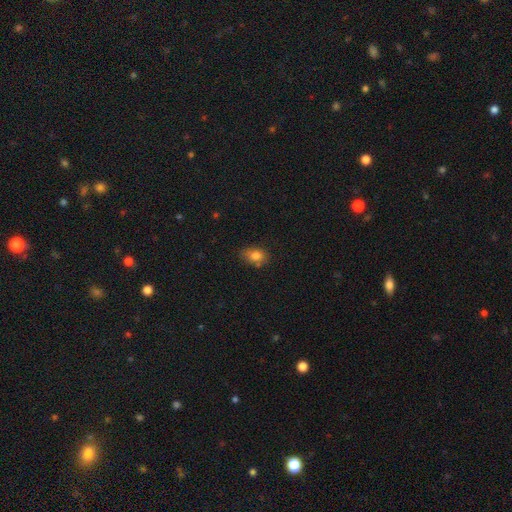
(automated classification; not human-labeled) smooth 80%, star or artifact 10%, featured or disk 10%. Down the decision tree: how rounded — in between (72%); merging — none (67%).